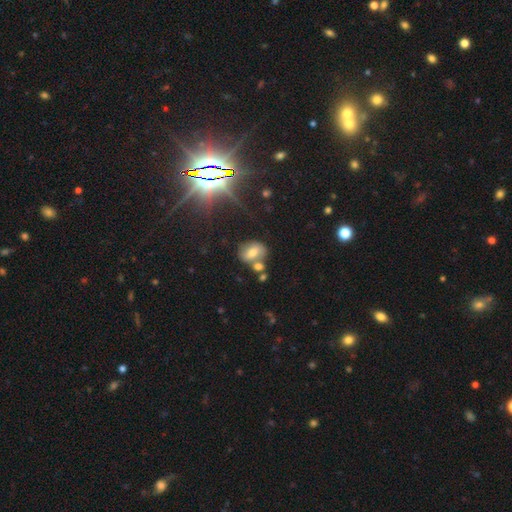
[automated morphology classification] This appears to be a star or artifact, not a galaxy (39%).